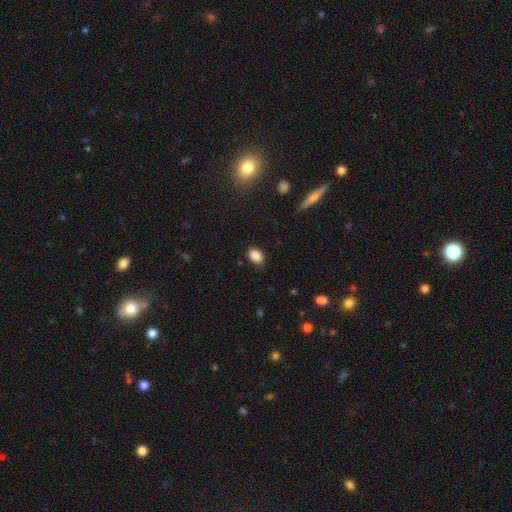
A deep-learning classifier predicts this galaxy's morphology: The model was most divided on "how rounded": in between: 77%, round: 22%, cigar-shaped: 1%. More confident: smooth or featured — smooth (87%); merging — none (83%).